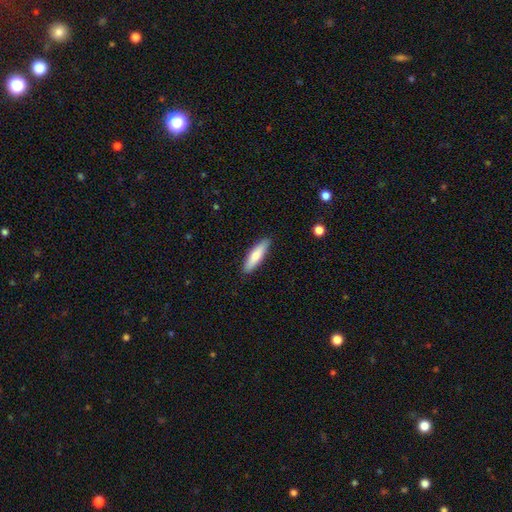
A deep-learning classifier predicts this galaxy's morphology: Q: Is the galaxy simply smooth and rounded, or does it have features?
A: smooth — 74%.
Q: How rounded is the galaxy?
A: cigar-shaped — 65%.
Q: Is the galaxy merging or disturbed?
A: none — 88%.